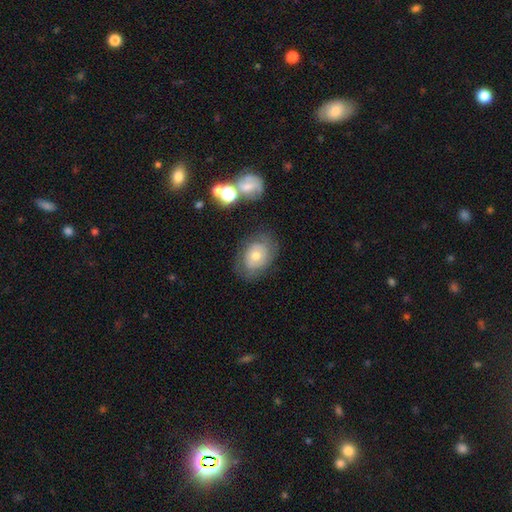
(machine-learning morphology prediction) smooth_or_featured: featured or disk (p=0.49) [alt: smooth p=0.41]
merging: none (p=0.66) [alt: minor disturbance p=0.21]